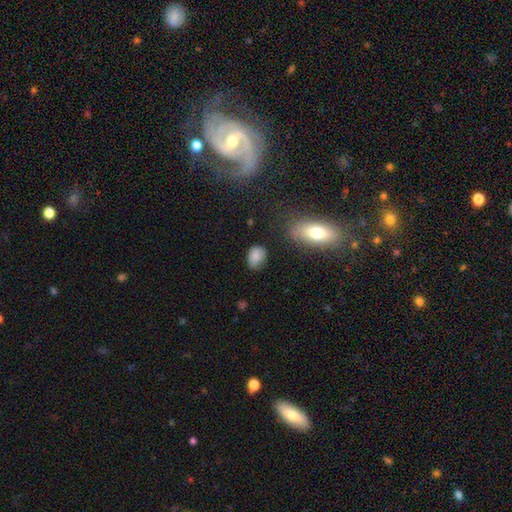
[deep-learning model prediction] Smooth or featured: smooth — 81% (star or artifact — 10%)
How rounded: in between — 73% (round — 25%)
Merging: none — 68% (minor disturbance — 24%)